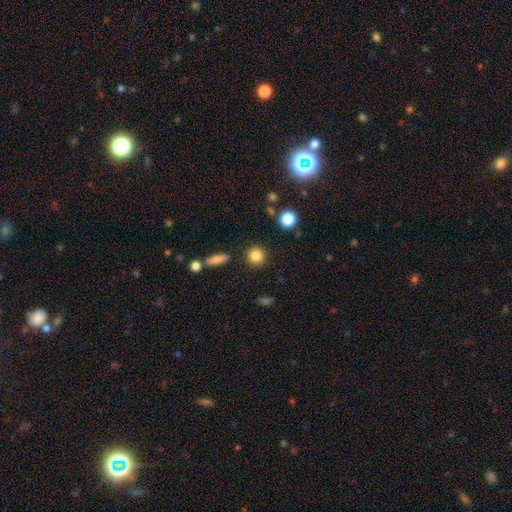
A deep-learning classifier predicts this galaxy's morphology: smooth 84%, star or artifact 10%, featured or disk 6%. Down the decision tree: how rounded — round (91%); merging — none (90%).